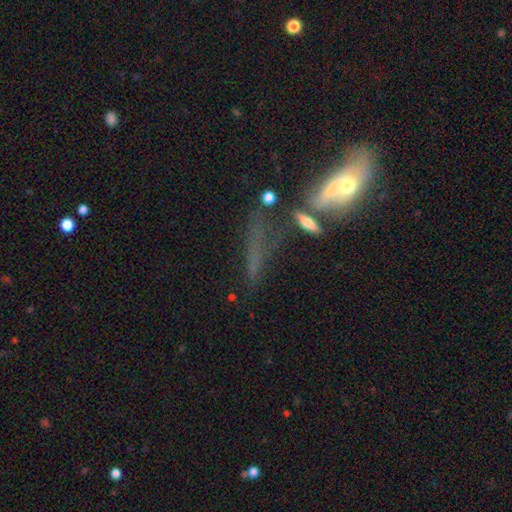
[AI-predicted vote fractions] Smooth or featured? Predicted: featured or disk (p=0.41). Merging? Predicted: merger (p=0.35).